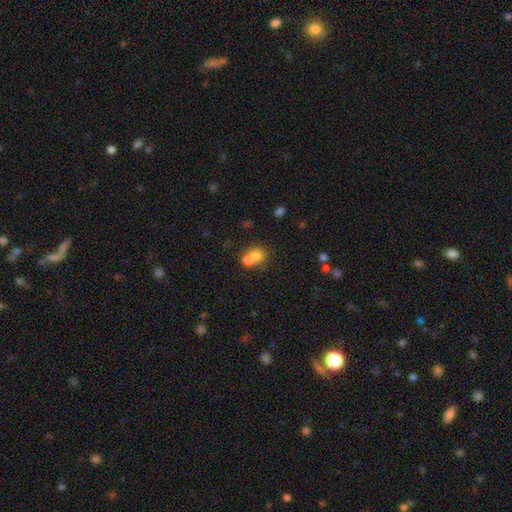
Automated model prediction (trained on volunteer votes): Overall: smooth (73%). How rounded: round (69%; in between 30%). Merging: merger (58%; none 32%).